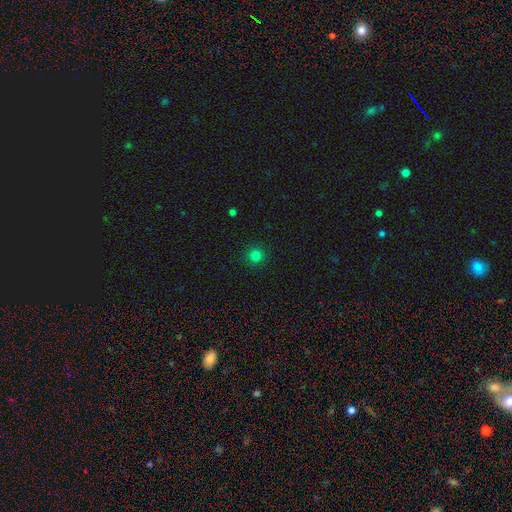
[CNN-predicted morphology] A smooth galaxy with no disk features (80%) that is round (95%).

Vote fractions:
- Smooth or featured? smooth: 80% / star or artifact: 16% / featured or disk: 4%
- How rounded? round: 95% / in between: 4% / cigar-shaped: 1%
- Merging? none: 92% / minor disturbance: 5% / major disturbance: 2% / merger: 1%